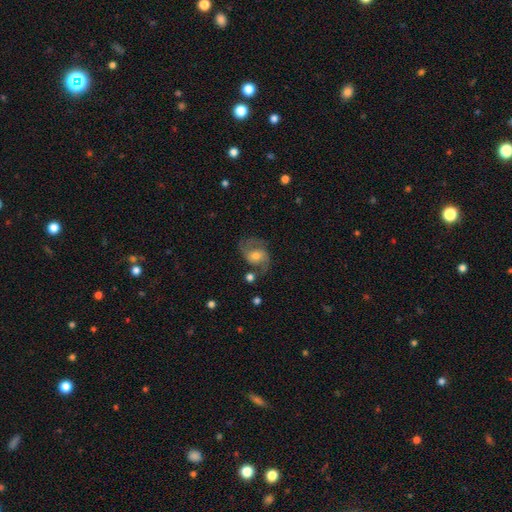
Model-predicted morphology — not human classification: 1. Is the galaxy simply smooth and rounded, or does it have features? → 65% featured or disk, 27% smooth, 8% star or artifact.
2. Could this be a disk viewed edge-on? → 97% no, 3% yes.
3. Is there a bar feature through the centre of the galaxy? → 55% no, 36% weak, 9% strong.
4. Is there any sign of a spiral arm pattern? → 85% yes, 15% no.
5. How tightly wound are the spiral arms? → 50% medium, 34% loose, 16% tight.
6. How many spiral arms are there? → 85% 2, 7% can't tell, 4% 1, 2% 3, 1% 4, 1% more than 4.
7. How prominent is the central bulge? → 58% moderate, 28% small, 9% large, 3% none, 2% dominant.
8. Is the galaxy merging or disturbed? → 59% none, 20% minor disturbance, 16% major disturbance, 6% merger.